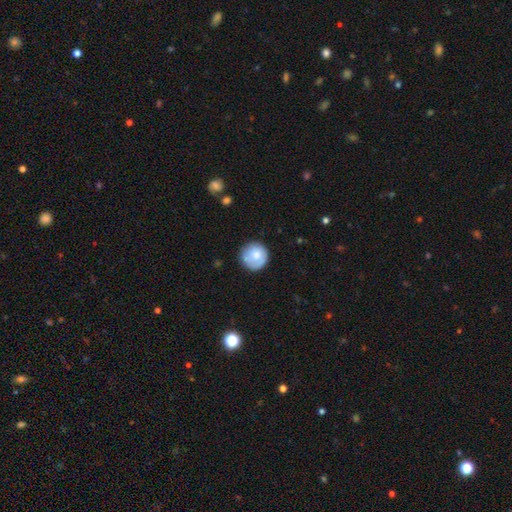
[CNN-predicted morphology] Smooth or featured?
  - smooth: 73% *
  - featured or disk: 20%
  - star or artifact: 7%
How rounded?
  - round: 94% *
  - in between: 5%
  - cigar-shaped: 1%
Merging?
  - none: 77% *
  - minor disturbance: 16%
  - major disturbance: 5%
  - merger: 2%